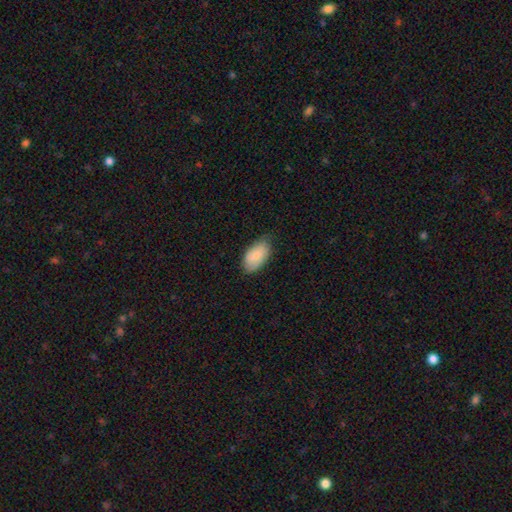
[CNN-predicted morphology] Overall: smooth (84%). How rounded: in between (95%). Merging: none (69%).